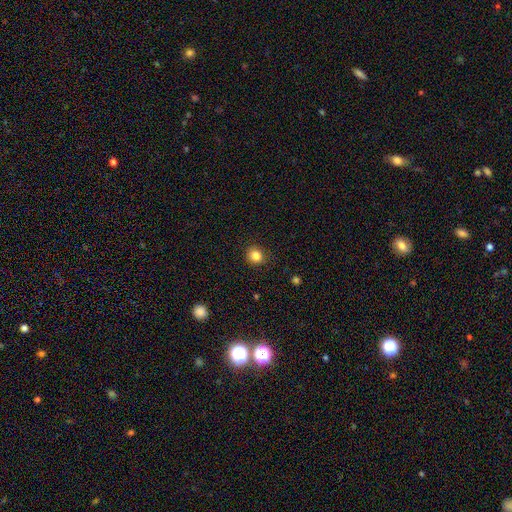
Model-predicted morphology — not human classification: Smooth or featured?
  - smooth: 83% *
  - star or artifact: 12%
  - featured or disk: 5%
How rounded?
  - round: 84% *
  - in between: 15%
  - cigar-shaped: 1%
Merging?
  - none: 89% *
  - minor disturbance: 8%
  - major disturbance: 2%
  - merger: 1%